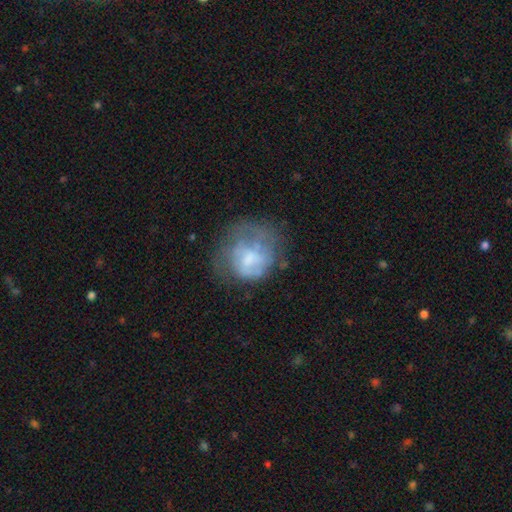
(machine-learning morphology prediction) The model was most divided on "smooth or featured": featured or disk: 47%, smooth: 43%, star or artifact: 10%. Remaining: merging — none (41%).